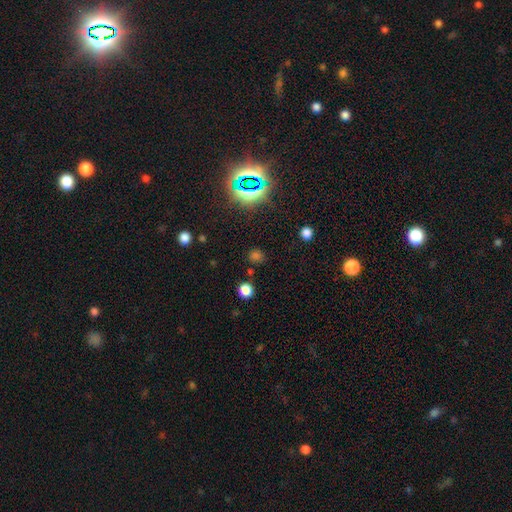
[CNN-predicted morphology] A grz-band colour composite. It shows a star or artifact, not a galaxy (51%).